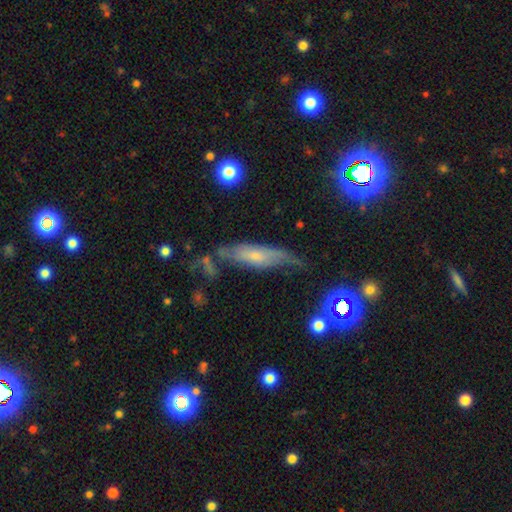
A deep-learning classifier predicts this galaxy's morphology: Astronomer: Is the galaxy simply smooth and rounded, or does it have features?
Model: featured or disk — 50% (runner-up: smooth, 41%).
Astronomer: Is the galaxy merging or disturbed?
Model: none — 43% (runner-up: minor disturbance, 32%).